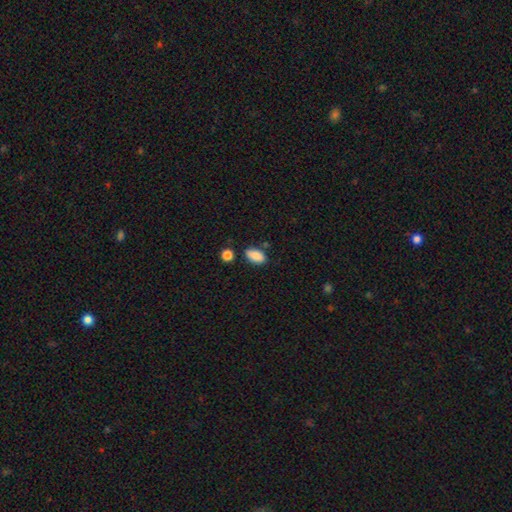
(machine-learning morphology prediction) Smooth or featured? Predicted: smooth (p=0.87). How rounded? Predicted: in between (p=0.91). Merging? Predicted: none (p=0.77).